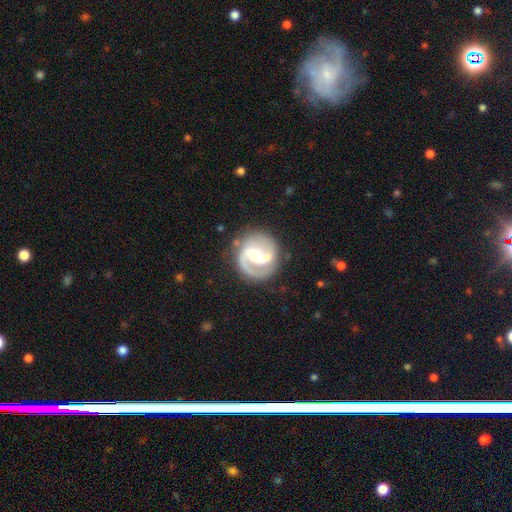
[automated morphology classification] This appears to be a featured or disk galaxy (88%) with a weak bar (47%), 2 (88%) medium (56%) spiral arms (96%) and a moderate central bulge (60%). Merging: none (80%).